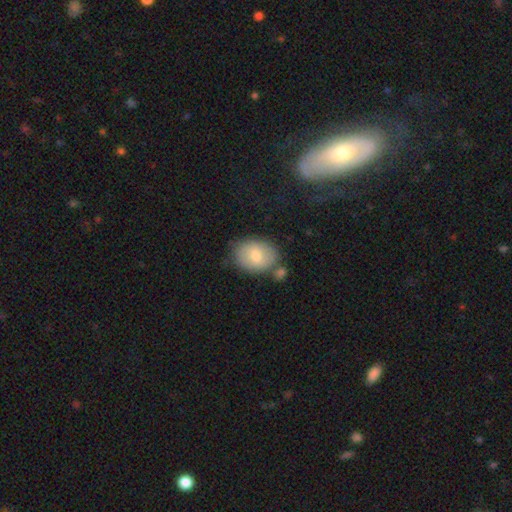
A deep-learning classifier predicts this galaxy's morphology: This is likely a smooth galaxy (75%). How rounded: likely in between (60%). Merging: likely none (65%).